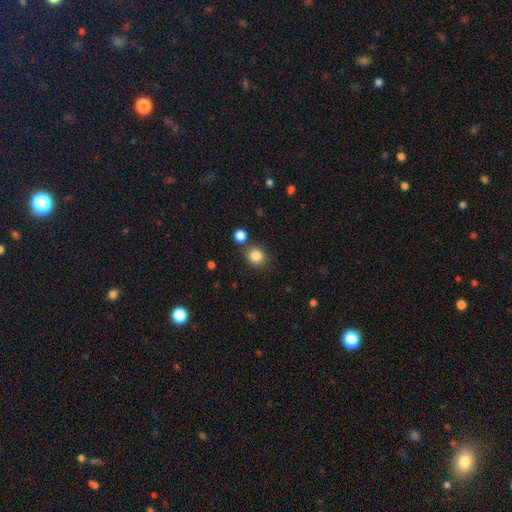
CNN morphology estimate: This is clearly a smooth galaxy (85%). How rounded: clearly round (81%). Merging: likely none (75%).